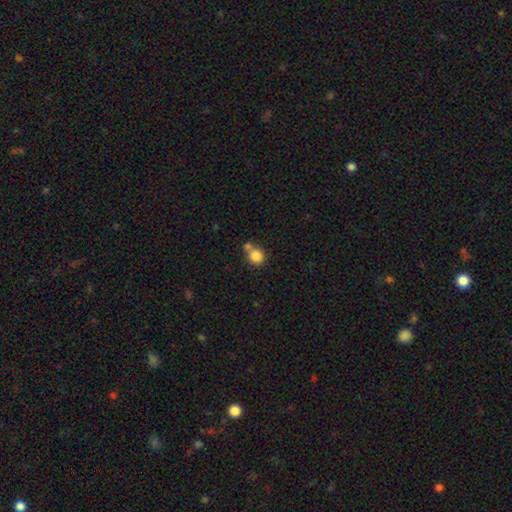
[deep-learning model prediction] This is clearly a smooth galaxy (84%). How rounded: clearly round (83%). Merging: possibly none (53%).